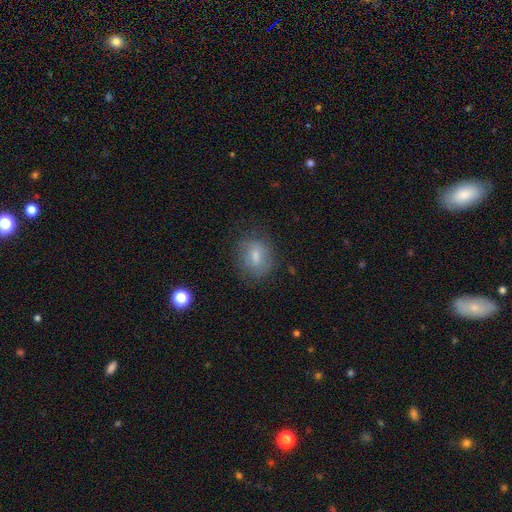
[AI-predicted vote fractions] A smooth galaxy with no disk features (68%) that is round (51%).

Vote fractions:
- Smooth or featured? smooth: 68% / featured or disk: 23% / star or artifact: 9%
- How rounded? round: 51% / in between: 47% / cigar-shaped: 2%
- Merging? none: 71% / minor disturbance: 19% / major disturbance: 8% / merger: 2%